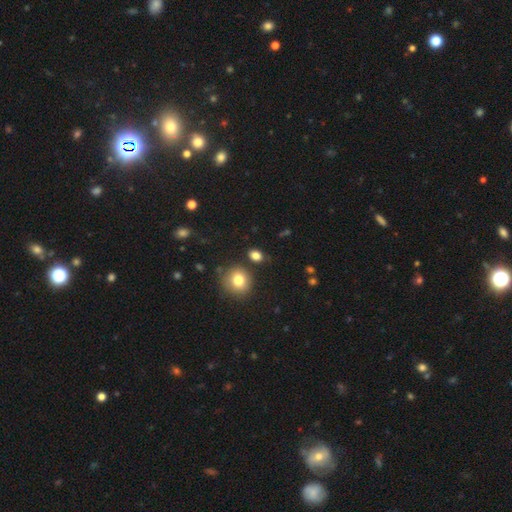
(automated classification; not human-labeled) Q: Smooth or featured?
A: smooth (82%); runner-up: star or artifact (12%)
Q: How rounded?
A: in between (58%); runner-up: round (40%)
Q: Merging?
A: none (80%); runner-up: minor disturbance (11%)